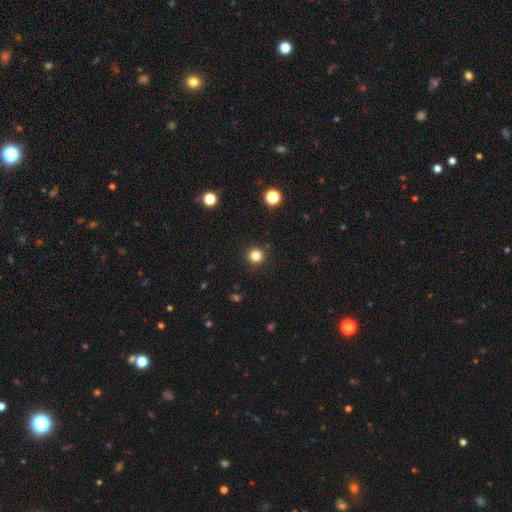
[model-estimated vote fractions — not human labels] This appears to be a smooth galaxy with no disk features (83%) that is round (95%). Merging: none (92%).